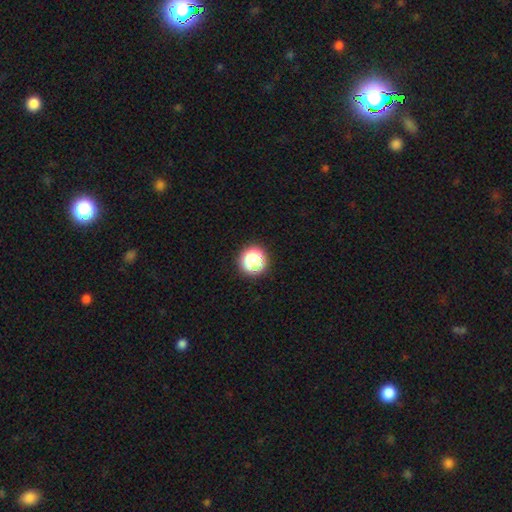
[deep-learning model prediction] Smooth or featured: smooth — 64% (star or artifact — 28%)
How rounded: round — 92% (in between — 7%)
Merging: none — 84% (minor disturbance — 9%)